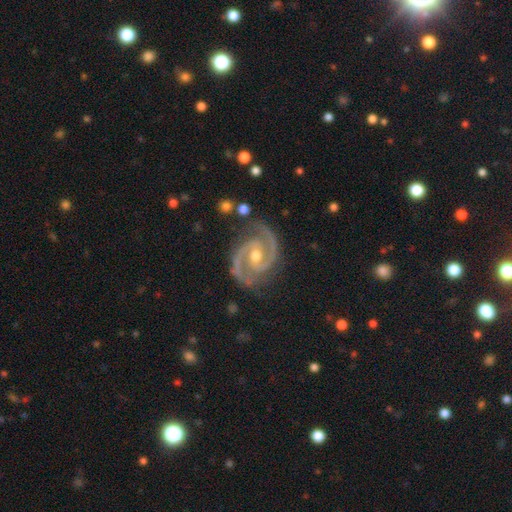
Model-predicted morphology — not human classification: featured or disk 94%, star or artifact 4%, smooth 2%. Down the decision tree: edge-on disk — no (98%); bar — no (41%); spiral arms — yes (99%); spiral arm count — 2 (93%); spiral winding — medium (55%); bulge size — moderate (67%); merging — none (82%).